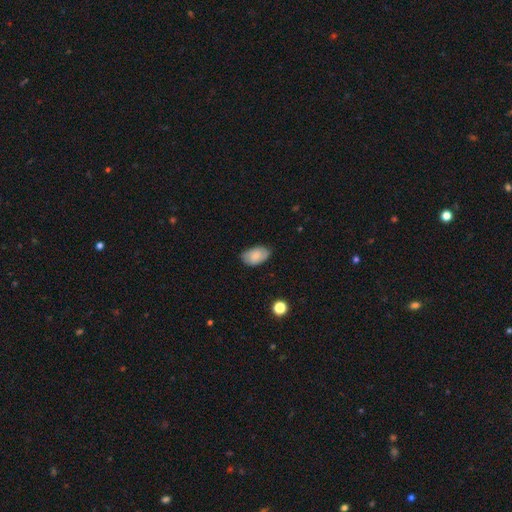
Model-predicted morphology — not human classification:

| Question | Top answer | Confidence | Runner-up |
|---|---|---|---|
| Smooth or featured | smooth | 70% | featured or disk (22%) |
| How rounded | in between | 91% | round (7%) |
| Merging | none | 75% | minor disturbance (20%) |